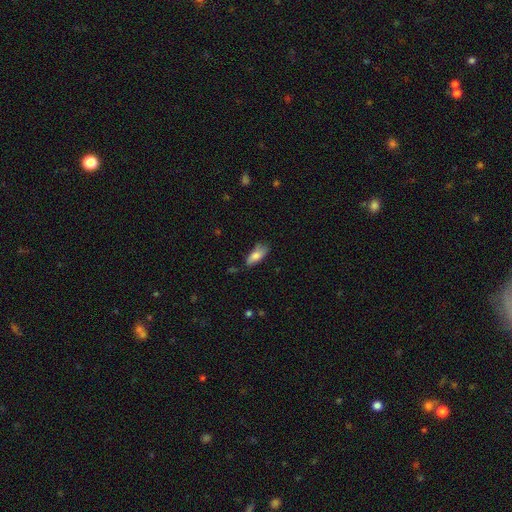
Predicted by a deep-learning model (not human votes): Smooth or featured? smooth (76%)
How rounded? in between (76%)
Merging? none (60%)